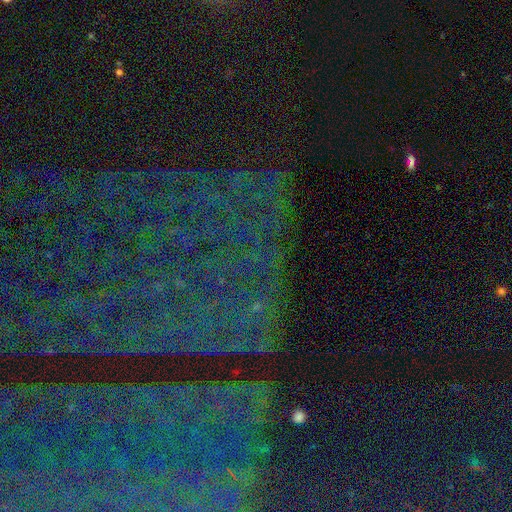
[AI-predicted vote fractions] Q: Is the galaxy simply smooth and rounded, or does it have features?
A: star or artifact — 81%.